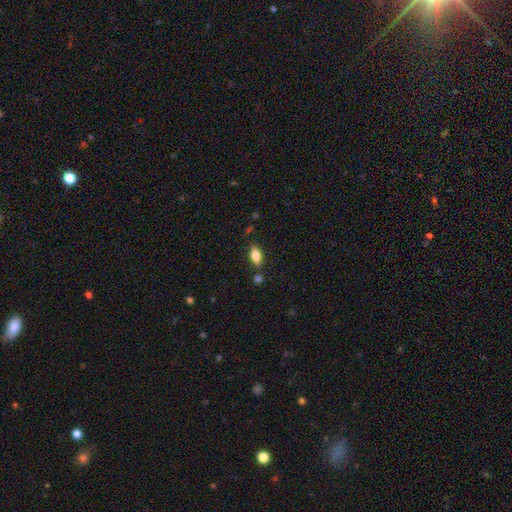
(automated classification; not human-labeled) This is likely a smooth galaxy (79%). How rounded: clearly in between (87%). Merging: likely none (79%).